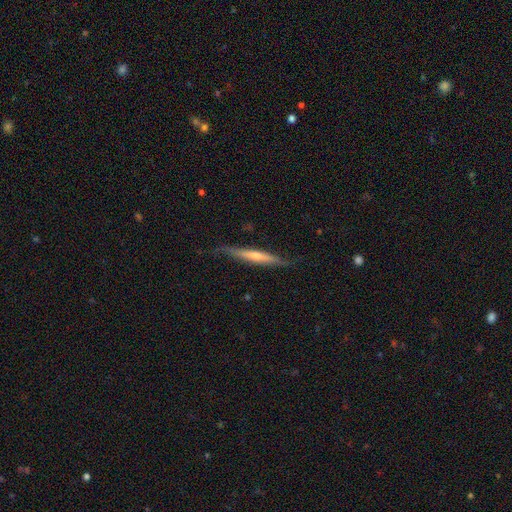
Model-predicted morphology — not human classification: Smooth or featured?
  - featured or disk: 68% *
  - smooth: 25%
  - star or artifact: 7%
Edge-on disk?
  - yes: 96% *
  - no: 4%
Edge-on bulge?
  - rounded: 64% *
  - none: 28%
  - boxy: 9%
Merging?
  - none: 84% *
  - minor disturbance: 12%
  - major disturbance: 2%
  - merger: 1%